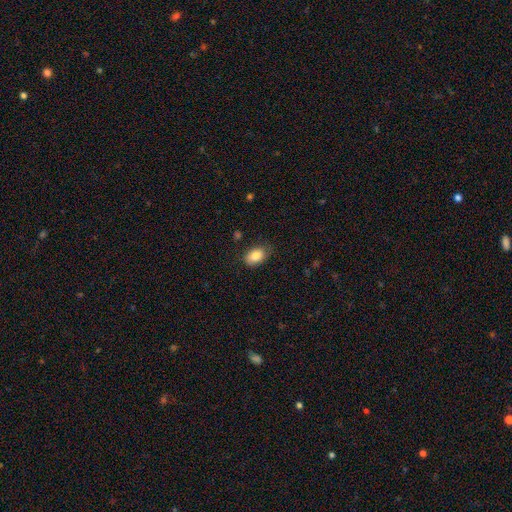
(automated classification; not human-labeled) A smooth galaxy with no disk features (84%) that is in between round and cigar-shaped (87%). Merging: none (77%).